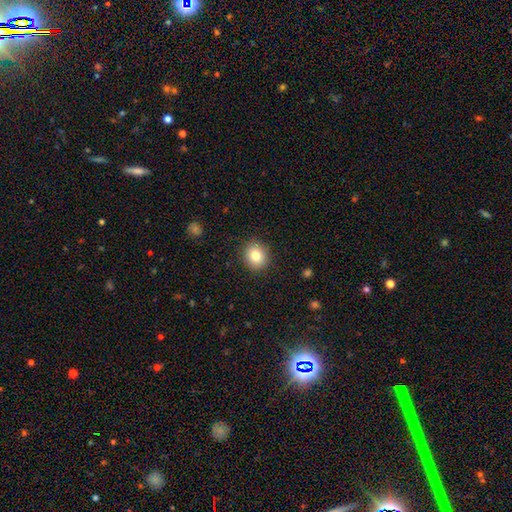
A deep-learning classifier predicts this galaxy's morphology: Smooth or featured: smooth — 82% (star or artifact — 10%)
How rounded: round — 77% (in between — 22%)
Merging: none — 89% (minor disturbance — 8%)